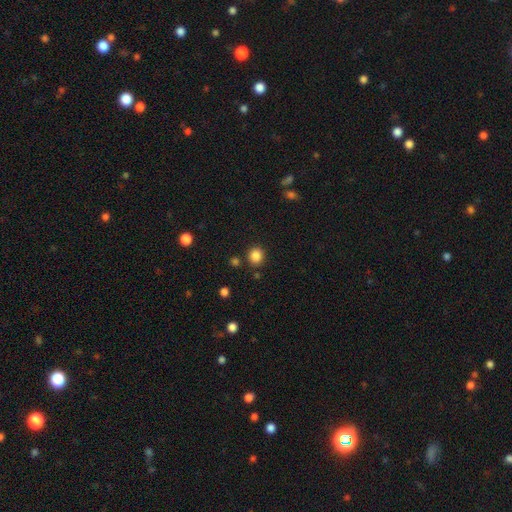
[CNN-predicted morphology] A smooth galaxy with no disk features (85%) that is round (85%).

Vote fractions:
- Smooth or featured? smooth: 85% / star or artifact: 11% / featured or disk: 4%
- How rounded? round: 85% / in between: 14% / cigar-shaped: 1%
- Merging? none: 86% / minor disturbance: 7% / merger: 4% / major disturbance: 3%